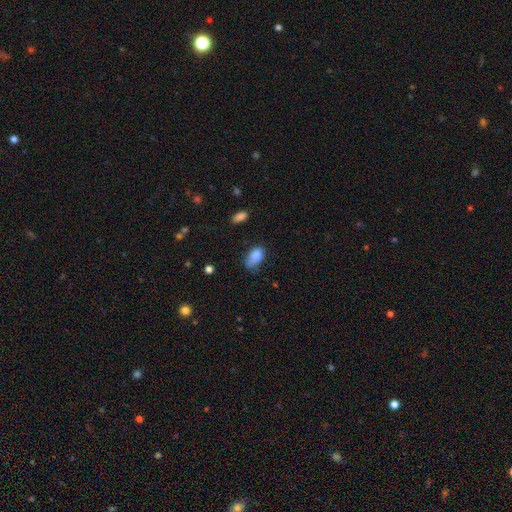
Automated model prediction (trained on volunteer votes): Smooth or featured? Predicted: smooth (p=0.83). How rounded? Predicted: in between (p=0.89). Merging? Predicted: none (p=0.46).